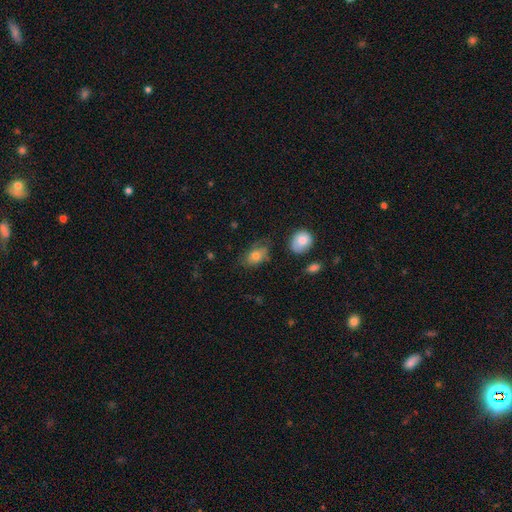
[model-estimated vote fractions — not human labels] smooth-or-featured: smooth: 74% | featured or disk: 17% | star or artifact: 9%
  how-rounded: in between: 85% | round: 13% | cigar-shaped: 2%
  merging: none: 54% | minor disturbance: 31% | major disturbance: 12% | merger: 4%